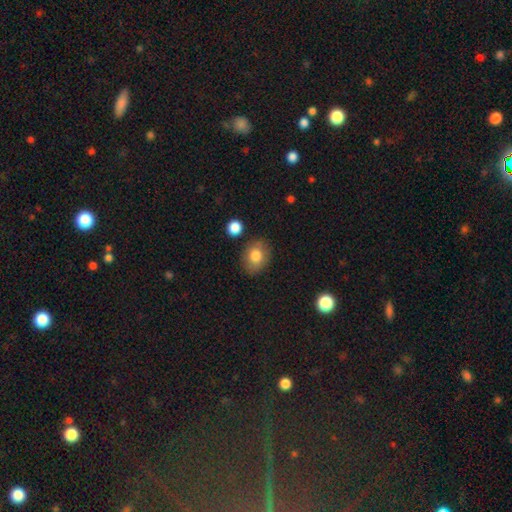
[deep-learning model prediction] smooth-or-featured: smooth: 80% | featured or disk: 11% | star or artifact: 9%
  how-rounded: in between: 60% | round: 39% | cigar-shaped: 1%
  merging: none: 80% | minor disturbance: 13% | merger: 4% | major disturbance: 3%